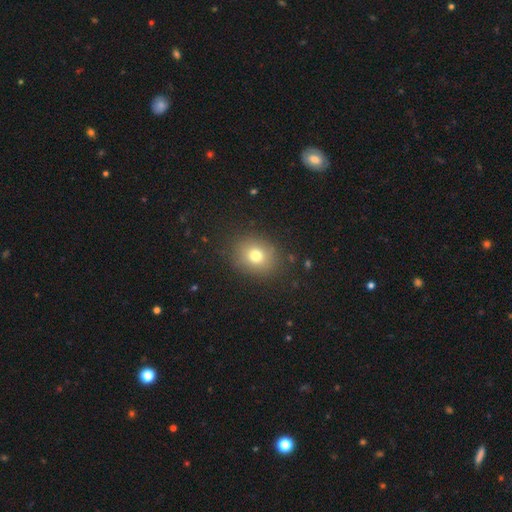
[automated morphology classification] smooth_or_featured: smooth (p=0.75) [alt: star or artifact p=0.14]
how_rounded: round (p=0.63) [alt: in between p=0.36]
merging: none (p=0.85) [alt: minor disturbance p=0.09]